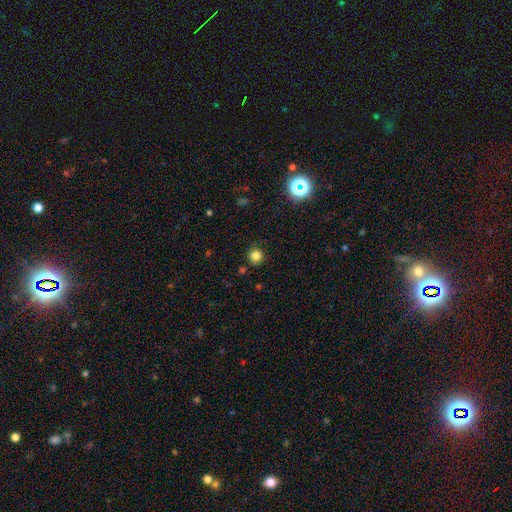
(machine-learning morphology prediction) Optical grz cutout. It shows a smooth galaxy with no disk features (82%) that is round (92%). Merging: none (86%).